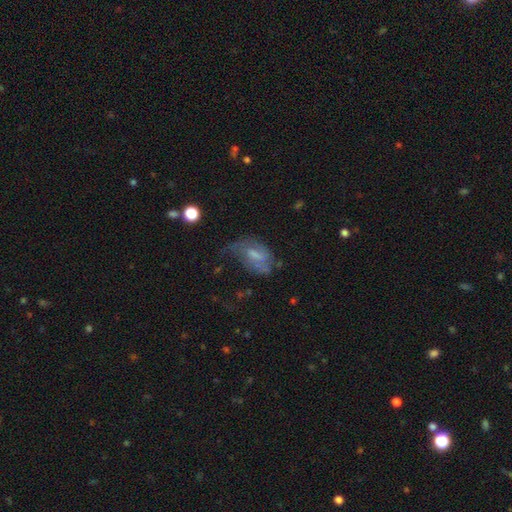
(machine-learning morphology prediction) A featured or disk galaxy (51%).

Vote fractions:
- Smooth or featured? featured or disk: 51% / smooth: 38% / star or artifact: 11%
- Edge-on disk? no: 94% / yes: 6%
- Merging? major disturbance: 36% / none: 32% / minor disturbance: 27% / merger: 4%